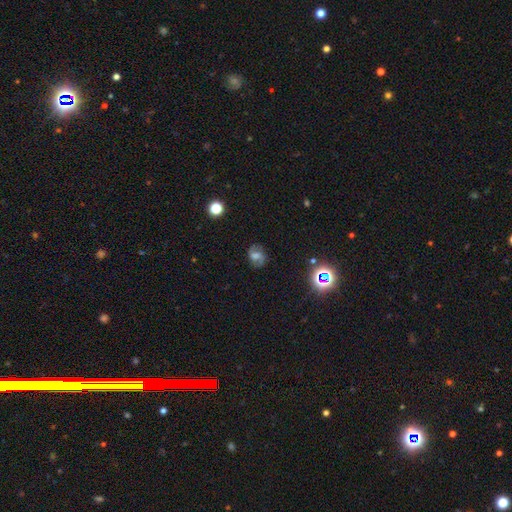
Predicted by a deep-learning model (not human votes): Morphology: type=featured or disk (64%); edge-on=no (97%); bar=weak (49%); spiral arms=yes (89%); winding=medium (49%); arm count=2 (89%); bulge=moderate (41%); merging=none (81%).